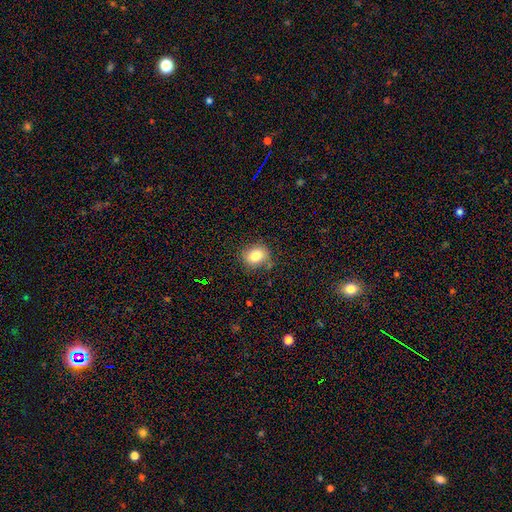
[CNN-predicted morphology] A smooth galaxy with no disk features (82%) that is round (54%). Merging: none (79%).